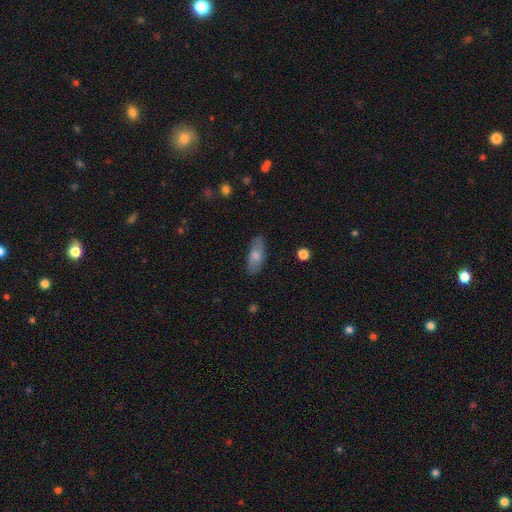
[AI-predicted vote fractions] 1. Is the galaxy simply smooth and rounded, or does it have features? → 71% smooth, 23% featured or disk, 6% star or artifact.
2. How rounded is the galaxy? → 80% in between, 17% cigar-shaped, 3% round.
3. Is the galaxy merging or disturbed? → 81% none, 15% minor disturbance, 3% major disturbance, 1% merger.